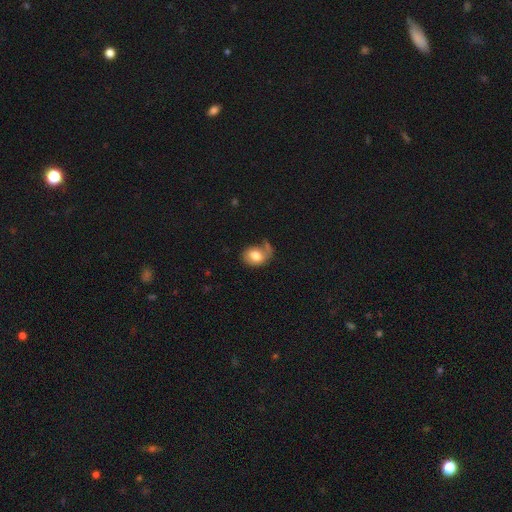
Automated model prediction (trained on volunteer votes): A smooth galaxy with no disk features (76%) that is in between round and cigar-shaped (63%).

Vote fractions:
- Smooth or featured? smooth: 76% / featured or disk: 17% / star or artifact: 7%
- How rounded? in between: 63% / round: 36% / cigar-shaped: 1%
- Merging? none: 45% / minor disturbance: 25% / major disturbance: 18% / merger: 12%